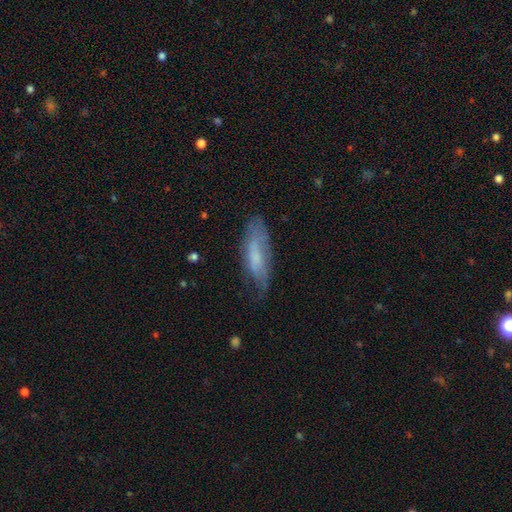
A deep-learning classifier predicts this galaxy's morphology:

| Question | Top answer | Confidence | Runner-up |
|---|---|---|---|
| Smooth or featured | smooth | 57% | featured or disk (36%) |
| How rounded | in between | 53% | cigar-shaped (45%) |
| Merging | none | 55% | minor disturbance (31%) |